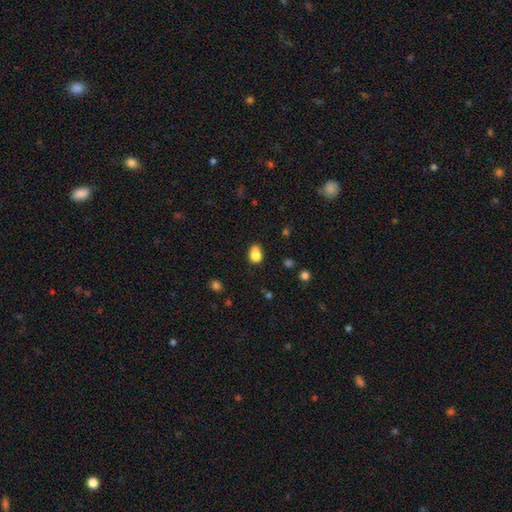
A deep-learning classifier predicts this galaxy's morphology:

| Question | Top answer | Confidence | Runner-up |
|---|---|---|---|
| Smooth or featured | smooth | 80% | star or artifact (11%) |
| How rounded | in between | 58% | round (41%) |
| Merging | none | 50% | minor disturbance (28%) |